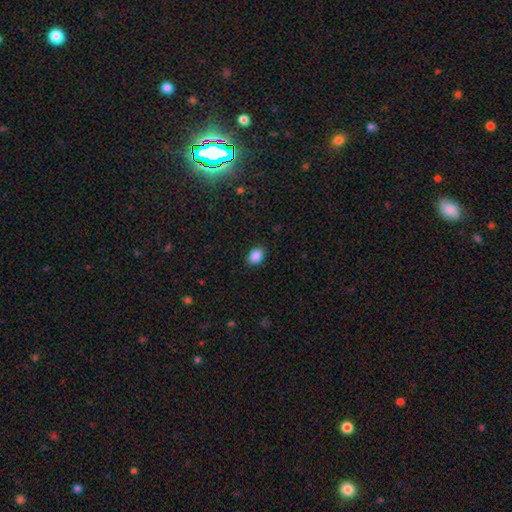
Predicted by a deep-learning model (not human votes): The model was most divided on "how rounded": in between: 69%, round: 30%, cigar-shaped: 1%. More confident: smooth or featured — smooth (88%); merging — none (87%).